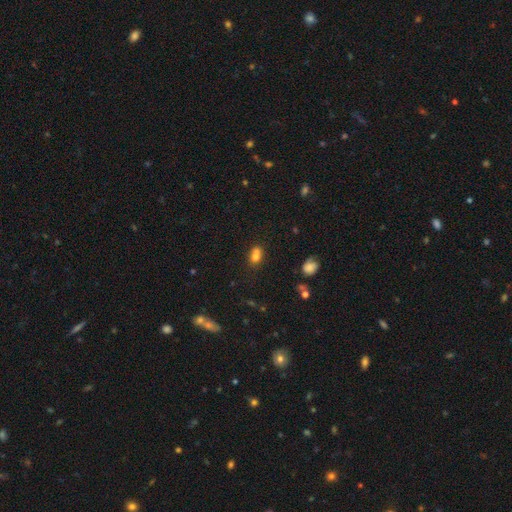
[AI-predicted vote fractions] smooth-or-featured: smooth: 73% | star or artifact: 14% | featured or disk: 13%
  how-rounded: in between: 58% | round: 40% | cigar-shaped: 3%
  merging: merger: 46% | none: 36% | minor disturbance: 13% | major disturbance: 5%